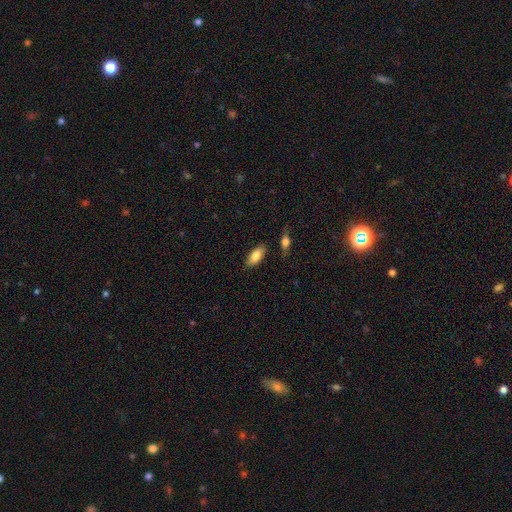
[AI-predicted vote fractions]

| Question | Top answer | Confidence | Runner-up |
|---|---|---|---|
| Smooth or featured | smooth | 82% | featured or disk (12%) |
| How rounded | in between | 88% | cigar-shaped (10%) |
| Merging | none | 82% | minor disturbance (12%) |